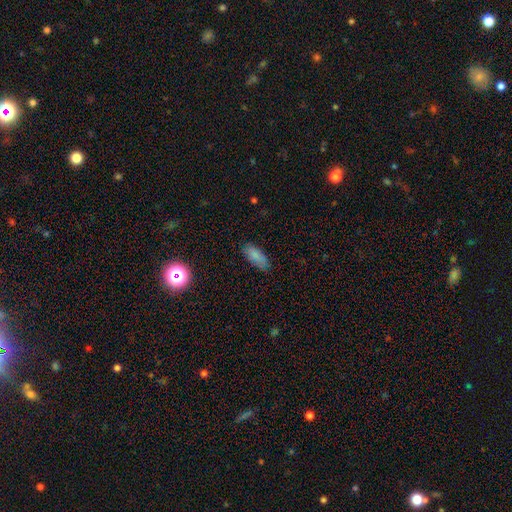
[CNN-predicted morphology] A smooth galaxy with no disk features (83%) that is in between round and cigar-shaped (85%). Merging: none (77%).